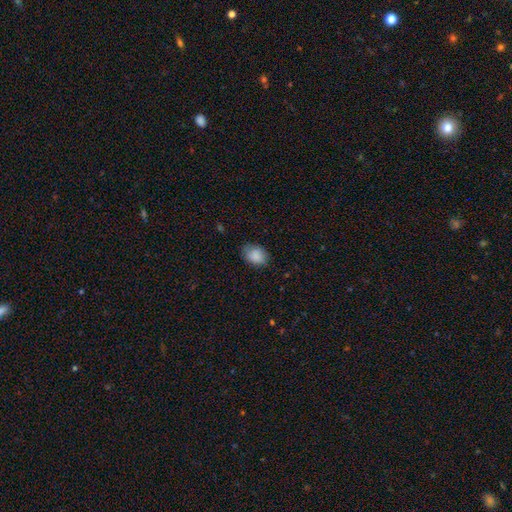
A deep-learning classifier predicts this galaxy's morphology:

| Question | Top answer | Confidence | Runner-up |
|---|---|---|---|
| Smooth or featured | smooth | 87% | star or artifact (8%) |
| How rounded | in between | 67% | round (32%) |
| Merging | none | 73% | minor disturbance (21%) |